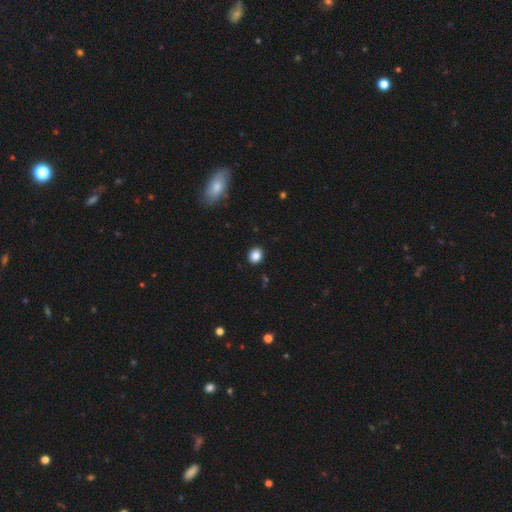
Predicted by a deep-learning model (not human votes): smooth-or-featured: smooth: 86% | star or artifact: 10% | featured or disk: 4%
  how-rounded: round: 66% | in between: 33% | cigar-shaped: 1%
  merging: none: 90% | minor disturbance: 7% | major disturbance: 2% | merger: 1%